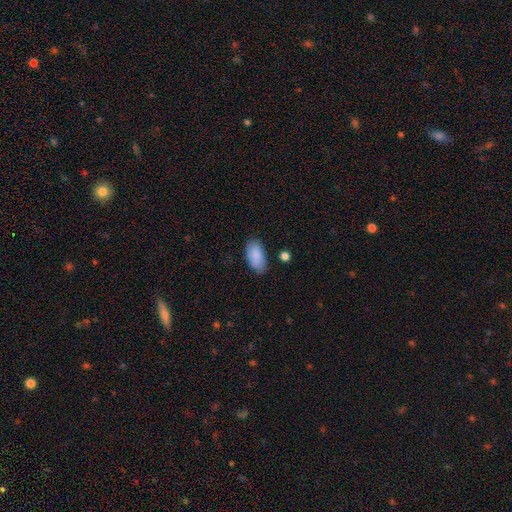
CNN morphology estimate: Smooth or featured?
  - smooth: 88% *
  - star or artifact: 6%
  - featured or disk: 6%
How rounded?
  - in between: 94% *
  - cigar-shaped: 3%
  - round: 3%
Merging?
  - none: 81% *
  - minor disturbance: 14%
  - major disturbance: 3%
  - merger: 2%